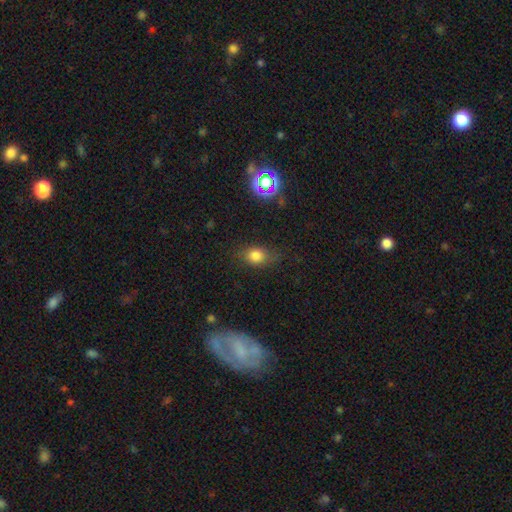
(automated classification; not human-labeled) This appears to be a smooth galaxy with no disk features (77%) that is in between round and cigar-shaped (60%). Merging: none (72%).